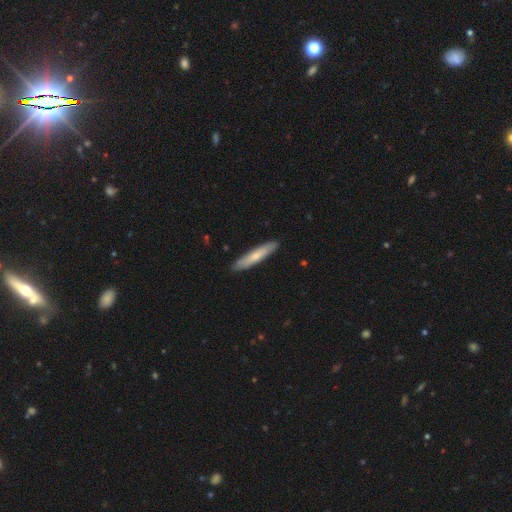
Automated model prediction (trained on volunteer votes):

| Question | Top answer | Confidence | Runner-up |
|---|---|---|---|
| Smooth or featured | smooth | 66% | featured or disk (29%) |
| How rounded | cigar-shaped | 90% | in between (8%) |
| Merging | none | 90% | minor disturbance (8%) |